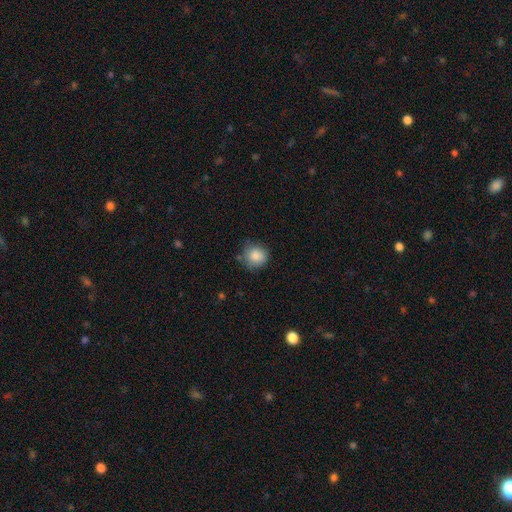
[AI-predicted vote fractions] smooth_or_featured: smooth (p=0.86) [alt: star or artifact p=0.09]
how_rounded: round (p=0.88) [alt: in between p=0.11]
merging: none (p=0.72) [alt: minor disturbance p=0.21]